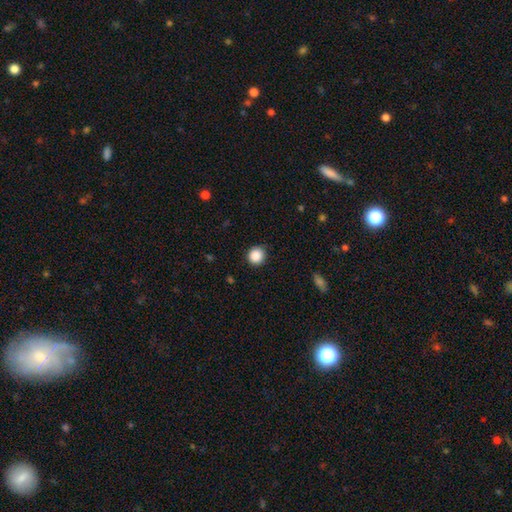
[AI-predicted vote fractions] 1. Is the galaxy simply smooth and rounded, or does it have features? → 88% smooth, 9% star or artifact, 3% featured or disk.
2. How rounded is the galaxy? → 91% round, 8% in between, 1% cigar-shaped.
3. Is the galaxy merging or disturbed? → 88% none, 9% minor disturbance, 2% major disturbance, 1% merger.